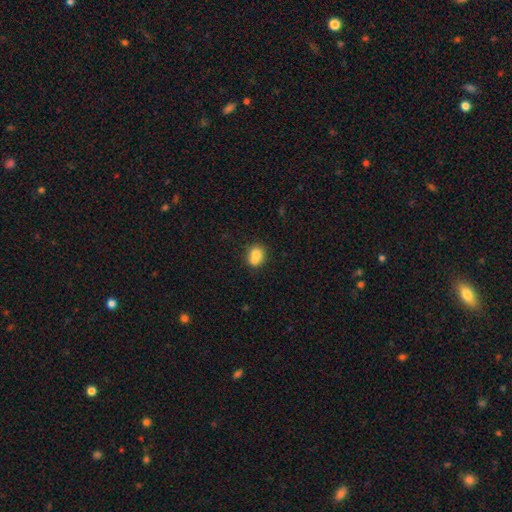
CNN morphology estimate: The model was most divided on "merging": none: 44%, merger: 41%, minor disturbance: 12%, major disturbance: 4%. More confident: smooth or featured — smooth (75%); how rounded — round (68%).